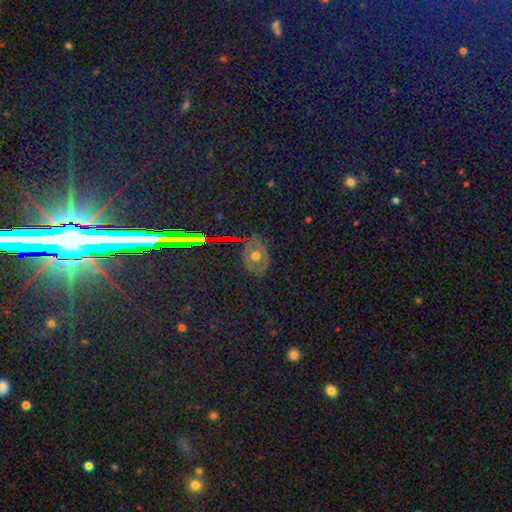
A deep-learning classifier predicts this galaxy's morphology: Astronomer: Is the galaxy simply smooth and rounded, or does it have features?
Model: smooth — 37% (runner-up: star or artifact, 33%).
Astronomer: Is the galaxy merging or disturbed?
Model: none — 79%.